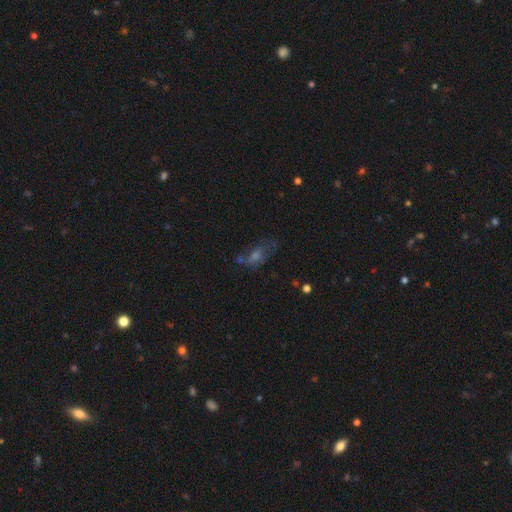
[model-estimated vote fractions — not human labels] The model was most divided on "smooth or featured": featured or disk: 40%, smooth: 34%, star or artifact: 25%. Remaining: merging — none (47%).